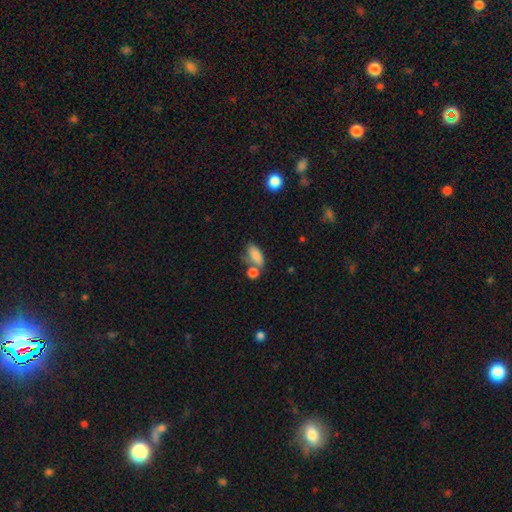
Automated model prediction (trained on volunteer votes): smooth 82%, featured or disk 10%, star or artifact 9%. Down the decision tree: how rounded — in between (81%); merging — none (44%).